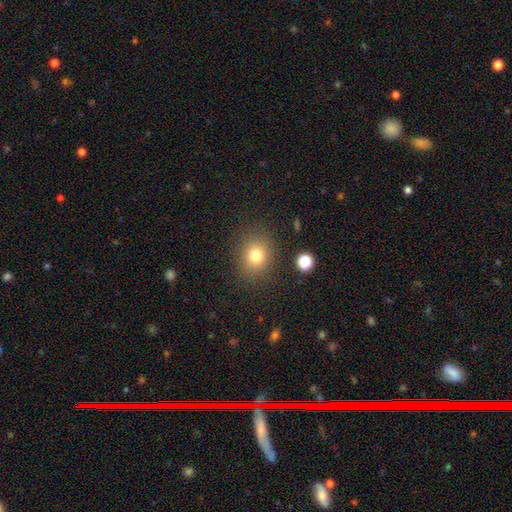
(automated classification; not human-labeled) smooth_or_featured: smooth (p=0.79) [alt: star or artifact p=0.12]
how_rounded: round (p=0.58) [alt: in between p=0.41]
merging: none (p=0.83) [alt: minor disturbance p=0.10]